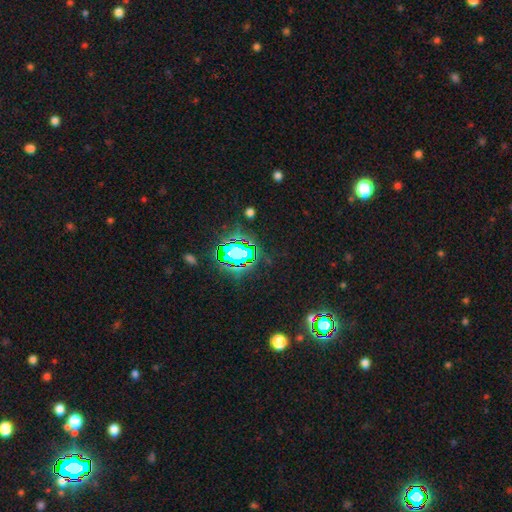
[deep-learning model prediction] Smooth or featured? star or artifact (82%)